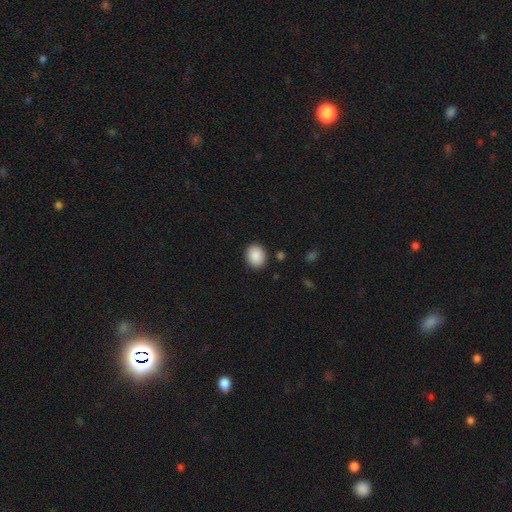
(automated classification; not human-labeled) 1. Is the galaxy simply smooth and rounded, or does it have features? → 89% smooth, 8% star or artifact, 3% featured or disk.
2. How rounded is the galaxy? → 57% round, 42% in between, 1% cigar-shaped.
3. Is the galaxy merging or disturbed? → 88% none, 8% minor disturbance, 2% major disturbance, 2% merger.